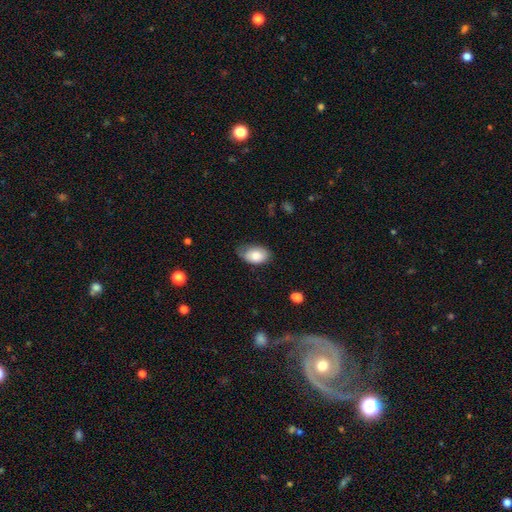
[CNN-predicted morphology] type=smooth (84%); roundness=in between (92%); merging=none (59%).